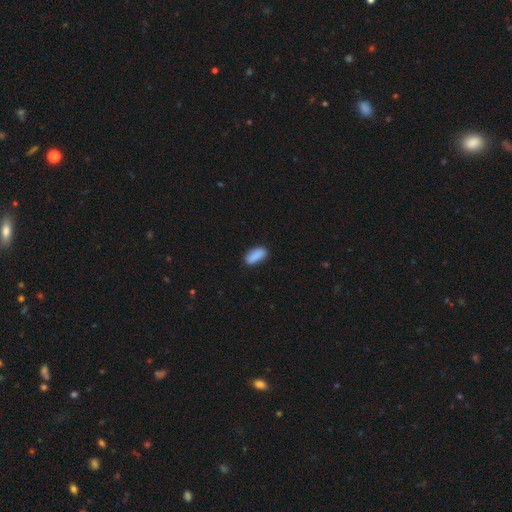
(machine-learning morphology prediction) Smooth or featured? Predicted: smooth (p=0.89). How rounded? Predicted: in between (p=0.80). Merging? Predicted: none (p=0.85).